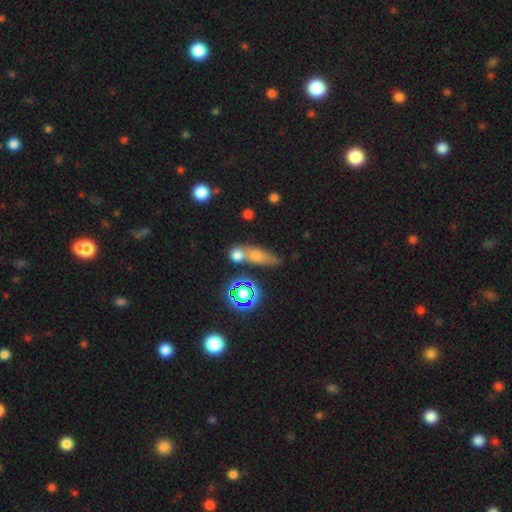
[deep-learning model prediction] Smooth or featured?
  - smooth: 52% *
  - star or artifact: 26%
  - featured or disk: 22%
How rounded?
  - in between: 39% *
  - cigar-shaped: 37%
  - round: 25%
Merging?
  - none: 56% *
  - merger: 27%
  - minor disturbance: 12%
  - major disturbance: 5%